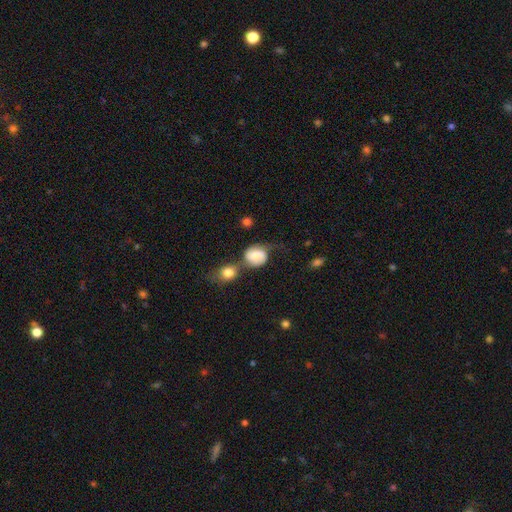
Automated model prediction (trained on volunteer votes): A smooth galaxy with no disk features (57%) that is round (67%).

Vote fractions:
- Smooth or featured? smooth: 57% / featured or disk: 35% / star or artifact: 8%
- How rounded? round: 67% / in between: 32% / cigar-shaped: 1%
- Merging? none: 32% / merger: 30% / minor disturbance: 22% / major disturbance: 16%